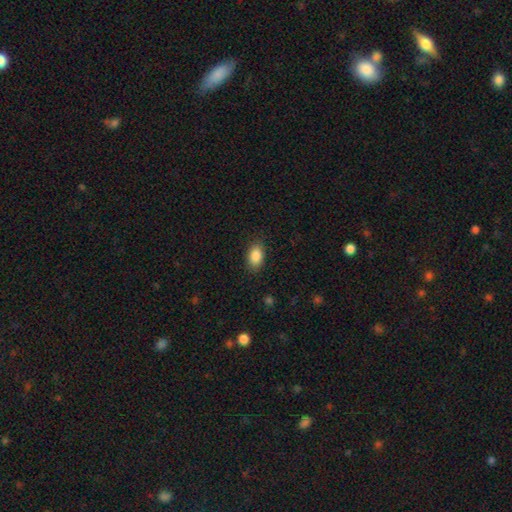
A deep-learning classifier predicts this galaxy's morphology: Smooth or featured?
  - smooth: 87% *
  - star or artifact: 8%
  - featured or disk: 5%
How rounded?
  - in between: 89% *
  - round: 9%
  - cigar-shaped: 2%
Merging?
  - none: 86% *
  - minor disturbance: 10%
  - major disturbance: 3%
  - merger: 1%